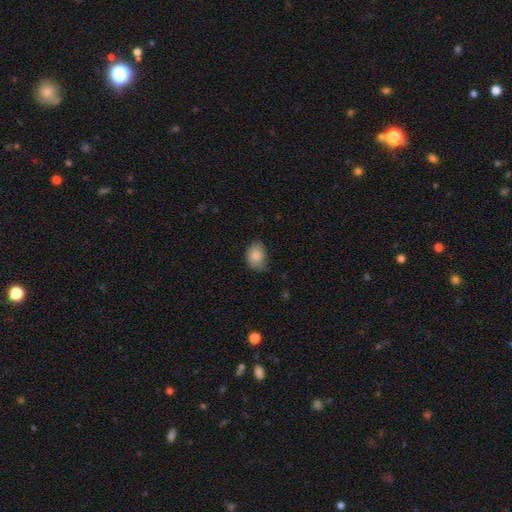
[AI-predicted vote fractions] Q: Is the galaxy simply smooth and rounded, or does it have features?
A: smooth — 86%.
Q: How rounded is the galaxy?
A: in between — 68%.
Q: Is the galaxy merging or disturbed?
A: none — 64%.